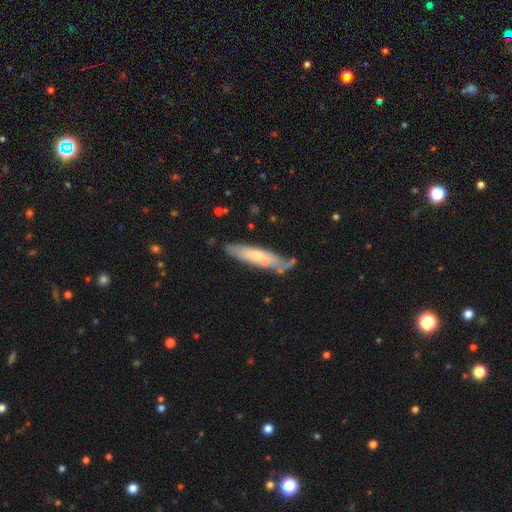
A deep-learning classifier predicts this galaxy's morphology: smooth-or-featured: featured or disk: 48% | smooth: 46% | star or artifact: 6%
  merging: none: 66% | minor disturbance: 23% | merger: 6% | major disturbance: 6%